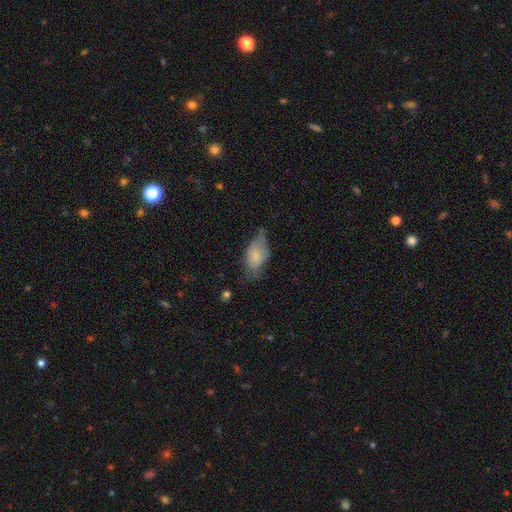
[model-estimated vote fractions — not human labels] Smooth or featured? smooth (74%)
How rounded? in between (91%)
Merging? none (41%)